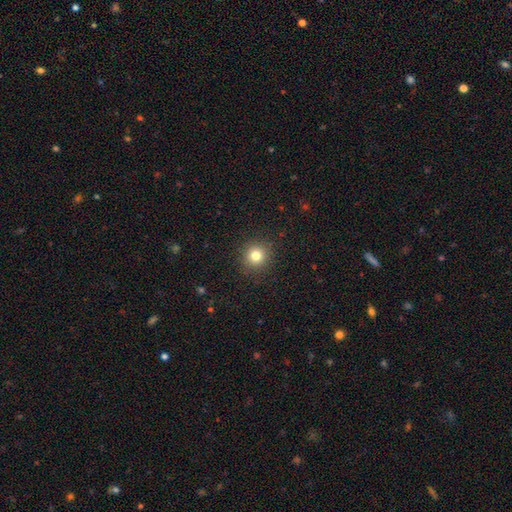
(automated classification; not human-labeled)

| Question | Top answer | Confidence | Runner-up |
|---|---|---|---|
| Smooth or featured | smooth | 81% | star or artifact (13%) |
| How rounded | round | 93% | in between (6%) |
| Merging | none | 91% | minor disturbance (6%) |